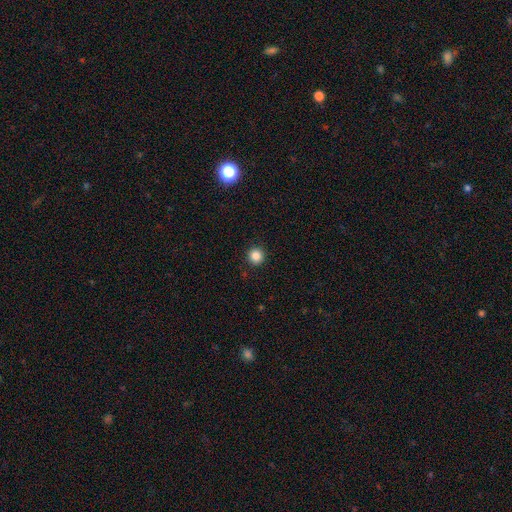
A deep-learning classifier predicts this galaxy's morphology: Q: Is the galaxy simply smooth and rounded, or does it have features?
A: smooth — 85%.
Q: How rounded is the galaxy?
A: round — 95%.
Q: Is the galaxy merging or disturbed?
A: none — 92%.